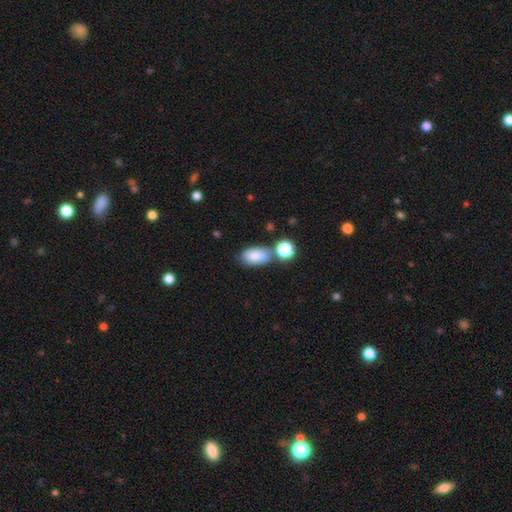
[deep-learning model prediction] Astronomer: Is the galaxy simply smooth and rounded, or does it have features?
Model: smooth — 82%.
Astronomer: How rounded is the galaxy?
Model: in between — 91%.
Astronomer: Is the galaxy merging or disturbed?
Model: none — 63%.